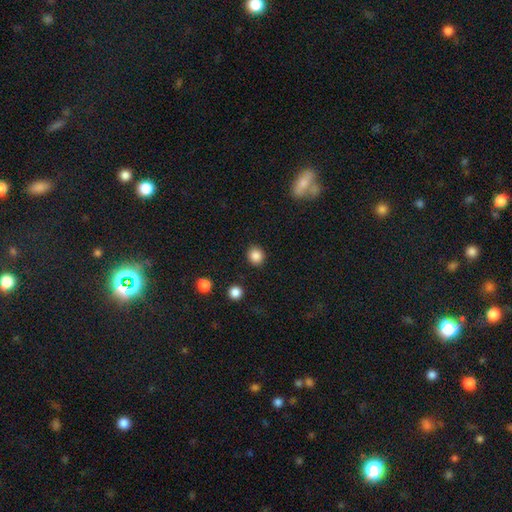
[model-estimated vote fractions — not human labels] Q: Smooth or featured?
A: smooth (86%); runner-up: star or artifact (10%)
Q: How rounded?
A: round (84%); runner-up: in between (15%)
Q: Merging?
A: none (90%); runner-up: minor disturbance (6%)